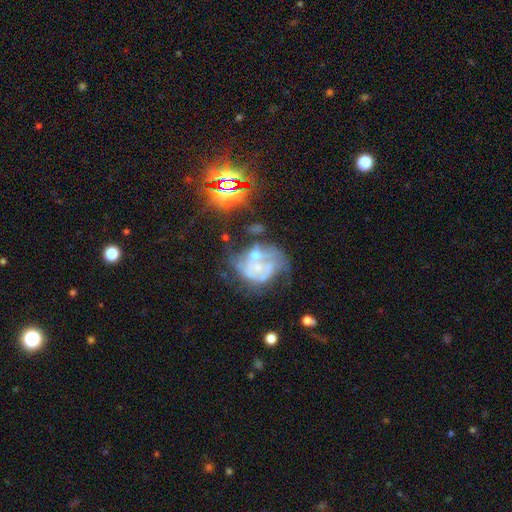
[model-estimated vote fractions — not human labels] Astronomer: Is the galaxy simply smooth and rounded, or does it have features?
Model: featured or disk — 65%.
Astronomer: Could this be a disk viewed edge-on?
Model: no — 98%.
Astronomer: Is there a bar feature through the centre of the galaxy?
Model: no — 84%.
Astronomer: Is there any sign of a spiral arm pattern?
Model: no — 58% (runner-up: yes, 42%).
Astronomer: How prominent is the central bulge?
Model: small — 37% (runner-up: moderate, 36%).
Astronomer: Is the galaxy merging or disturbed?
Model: merger — 30%, tied with major disturbance at 30%.